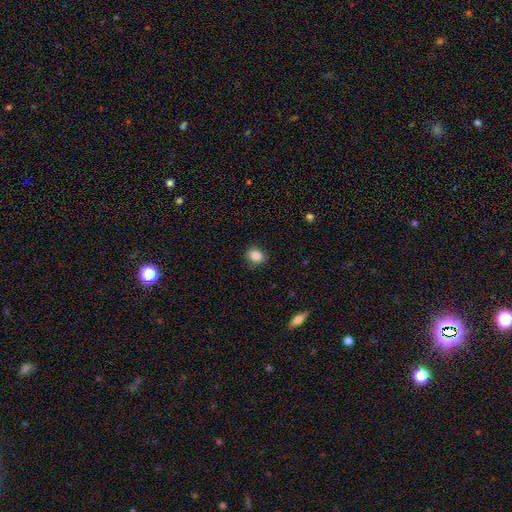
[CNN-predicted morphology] This is clearly a smooth galaxy (86%). How rounded: possibly round (56%). Merging: clearly none (84%).